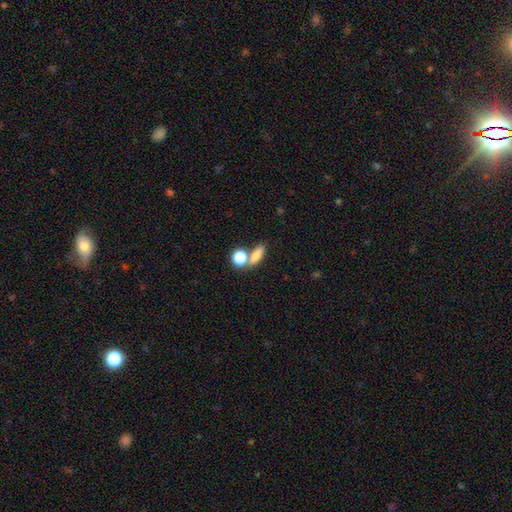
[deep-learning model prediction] smooth 73%, featured or disk 15%, star or artifact 13%. Down the decision tree: how rounded — in between (51%); merging — none (57%).